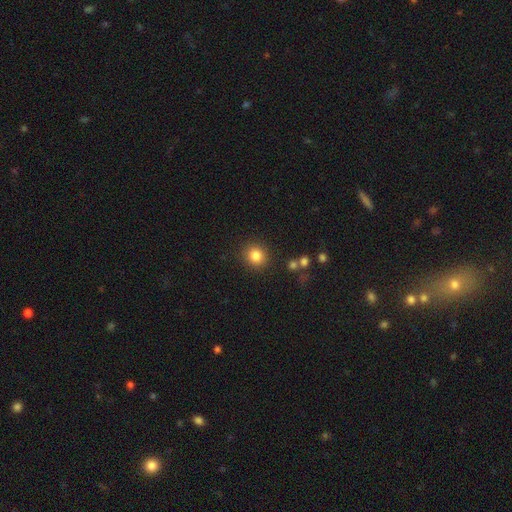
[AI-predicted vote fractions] Smooth or featured: smooth — 83% (star or artifact — 11%)
How rounded: round — 88% (in between — 11%)
Merging: none — 88% (minor disturbance — 7%)